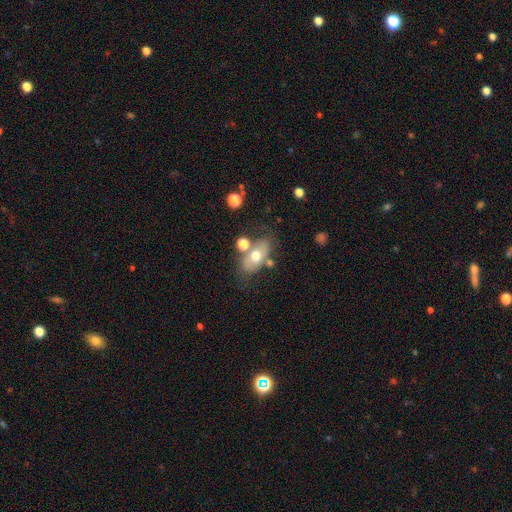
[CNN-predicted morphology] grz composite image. It shows a smooth galaxy with no disk features (55%) that is in between round and cigar-shaped (84%). Merging: none (60%).